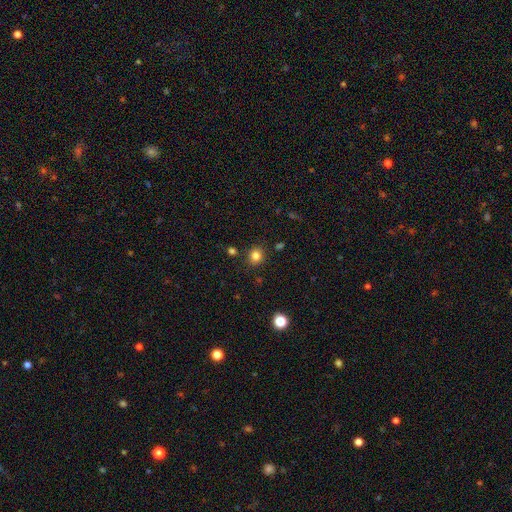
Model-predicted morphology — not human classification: smooth 82%, star or artifact 13%, featured or disk 5%. Down the decision tree: how rounded — round (87%); merging — none (87%).